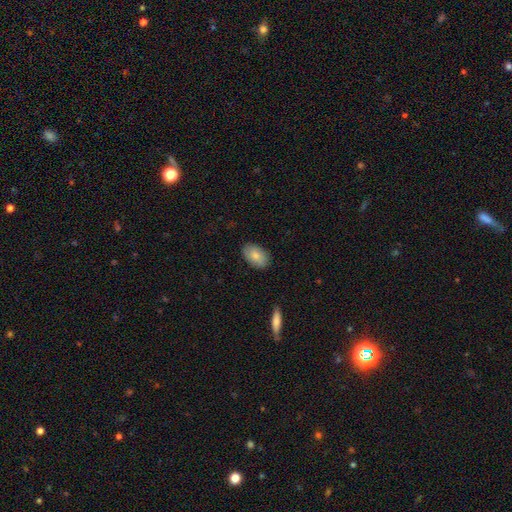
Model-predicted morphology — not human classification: Smooth or featured? smooth (82%)
How rounded? in between (92%)
Merging? none (86%)